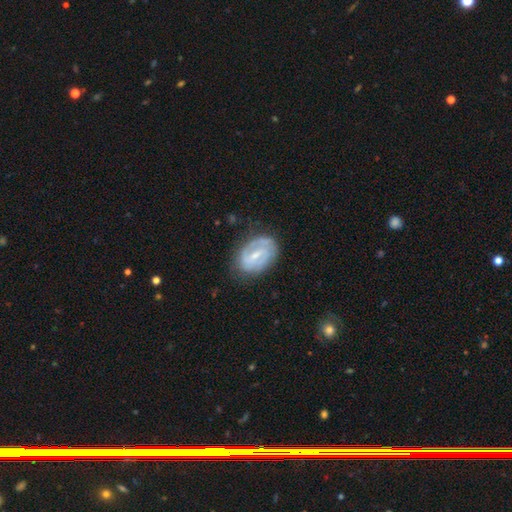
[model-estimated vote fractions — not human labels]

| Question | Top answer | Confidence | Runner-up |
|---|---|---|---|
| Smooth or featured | featured or disk | 73% | smooth (21%) |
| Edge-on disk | no | 96% | yes (4%) |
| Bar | weak | 50% | strong (35%) |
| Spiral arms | yes | 79% | no (21%) |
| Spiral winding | tight | 47% | medium (38%) |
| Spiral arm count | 2 | 62% | can't tell (22%) |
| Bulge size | small | 58% | moderate (31%) |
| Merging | none | 70% | minor disturbance (21%) |